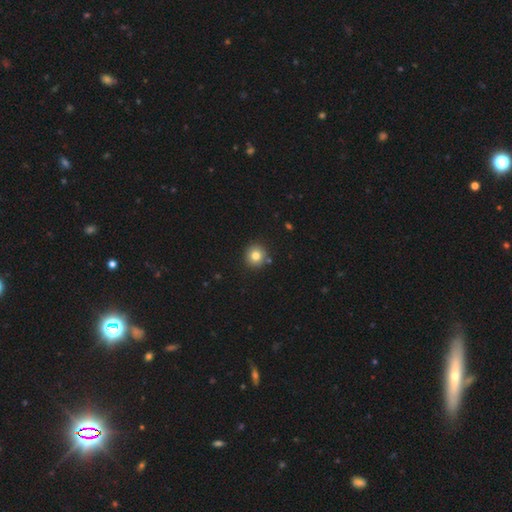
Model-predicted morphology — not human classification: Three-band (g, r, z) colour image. It shows a smooth galaxy with no disk features (80%) that is round (93%). Merging: none (88%).